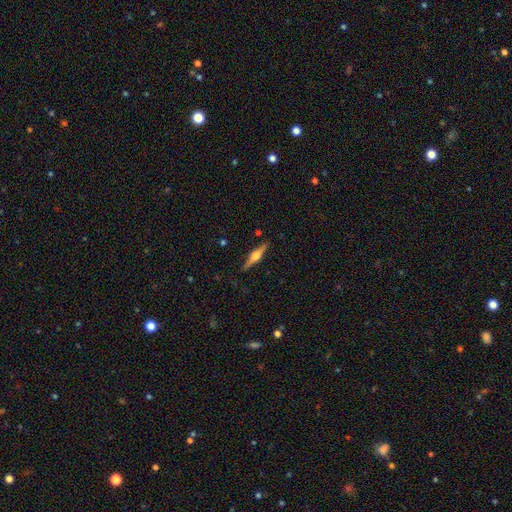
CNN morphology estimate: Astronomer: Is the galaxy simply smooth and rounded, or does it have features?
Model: featured or disk — 78%.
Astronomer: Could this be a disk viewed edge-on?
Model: yes — 98%.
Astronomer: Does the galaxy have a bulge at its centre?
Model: rounded — 92%.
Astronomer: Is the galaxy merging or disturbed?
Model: none — 89%.